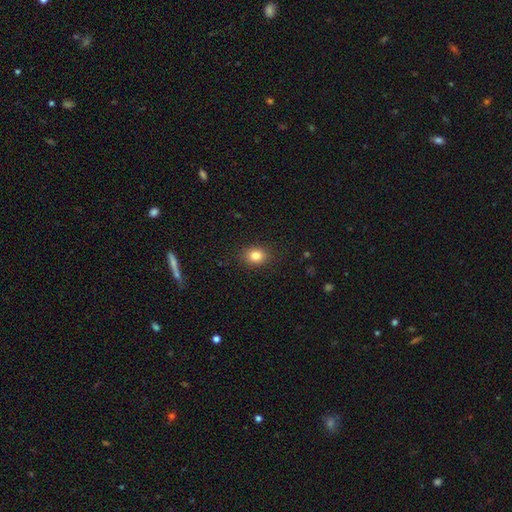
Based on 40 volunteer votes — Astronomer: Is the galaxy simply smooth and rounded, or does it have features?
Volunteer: smooth — 82%.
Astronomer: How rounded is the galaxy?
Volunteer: round — 67%.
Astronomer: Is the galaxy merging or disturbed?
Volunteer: none — 92%.